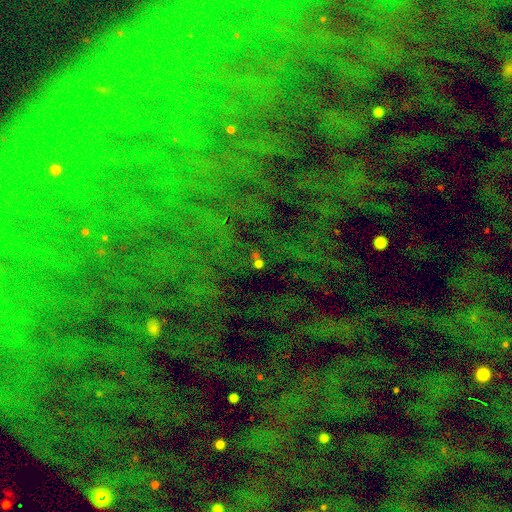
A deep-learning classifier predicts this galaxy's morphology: The model was most divided on "smooth or featured": star or artifact: 79%, smooth: 12%, featured or disk: 10%.